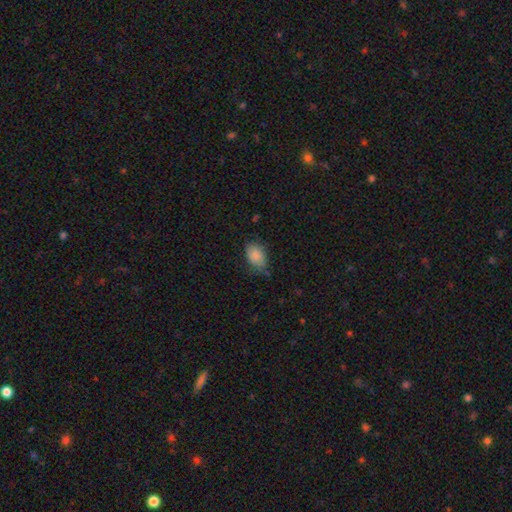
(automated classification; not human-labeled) This is clearly a smooth galaxy (86%). How rounded: clearly in between (86%). Merging: likely none (67%).